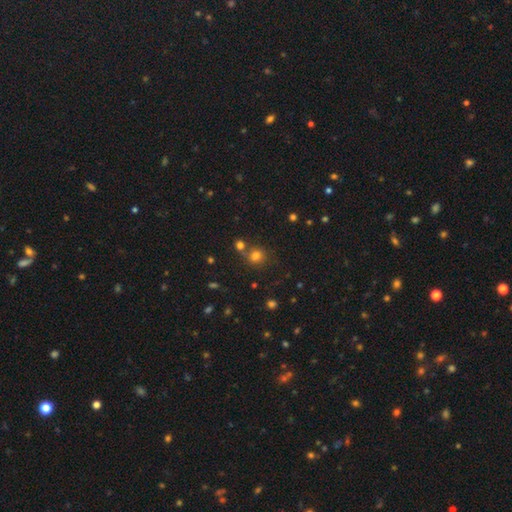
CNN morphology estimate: smooth_or_featured: smooth (p=0.74) [alt: star or artifact p=0.18]
how_rounded: round (p=0.82) [alt: in between p=0.17]
merging: none (p=0.62) [alt: merger p=0.23]